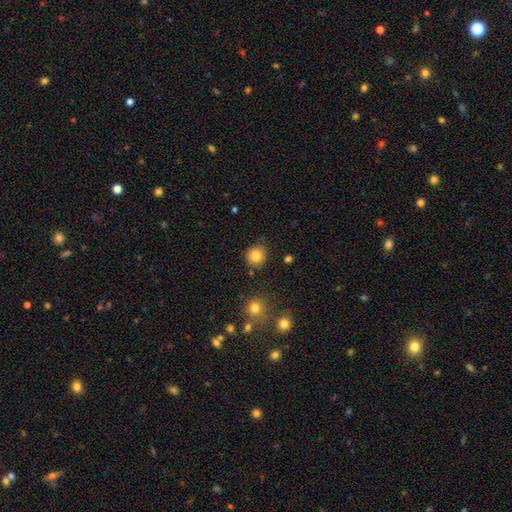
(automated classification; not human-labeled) smooth_or_featured: smooth (p=0.83) [alt: star or artifact p=0.11]
how_rounded: round (p=0.93) [alt: in between p=0.06]
merging: none (p=0.88) [alt: minor disturbance p=0.07]